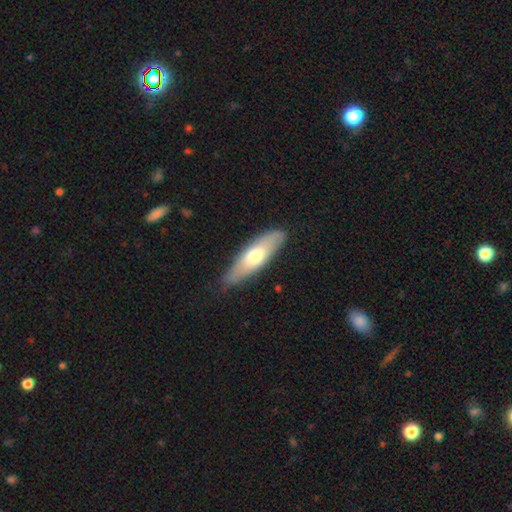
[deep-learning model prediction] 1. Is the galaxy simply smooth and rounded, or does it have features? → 60% smooth, 35% featured or disk, 5% star or artifact.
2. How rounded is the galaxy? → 52% cigar-shaped, 46% in between, 2% round.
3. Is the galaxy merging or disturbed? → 82% none, 14% minor disturbance, 3% major disturbance, 1% merger.